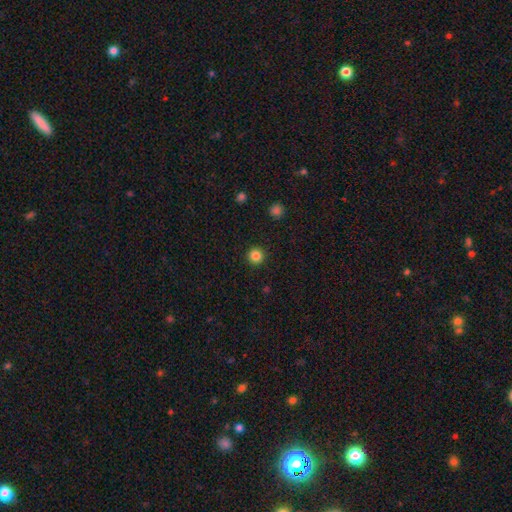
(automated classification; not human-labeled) Q: Smooth or featured?
A: smooth (85%); runner-up: star or artifact (12%)
Q: How rounded?
A: round (96%); runner-up: in between (3%)
Q: Merging?
A: none (93%); runner-up: minor disturbance (4%)